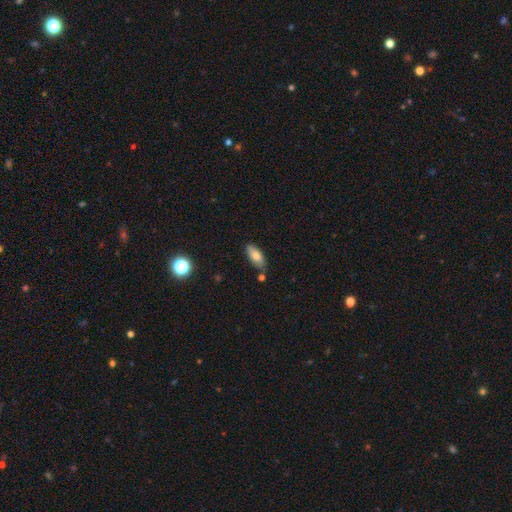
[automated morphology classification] A smooth galaxy with no disk features (77%) that is in between round and cigar-shaped (83%). Merging: none (76%).